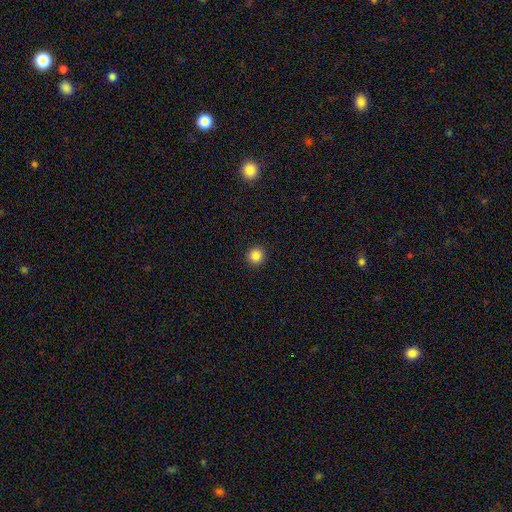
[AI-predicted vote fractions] smooth-or-featured: smooth: 86% | star or artifact: 11% | featured or disk: 4%
  how-rounded: round: 95% | in between: 4% | cigar-shaped: 1%
  merging: none: 93% | minor disturbance: 4% | major disturbance: 2% | merger: 1%